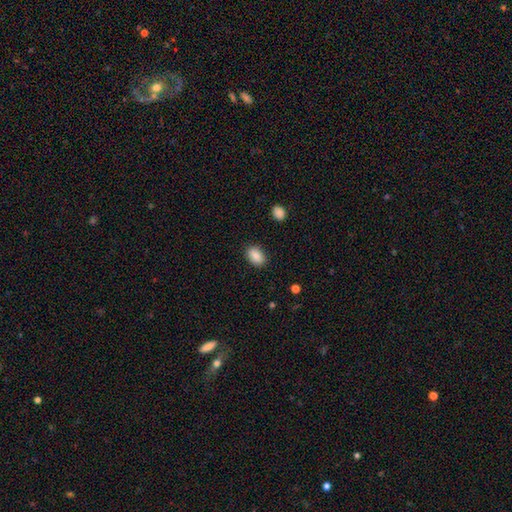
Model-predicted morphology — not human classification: A smooth galaxy with no disk features (89%) that is in between round and cigar-shaped (88%). Merging: none (86%).